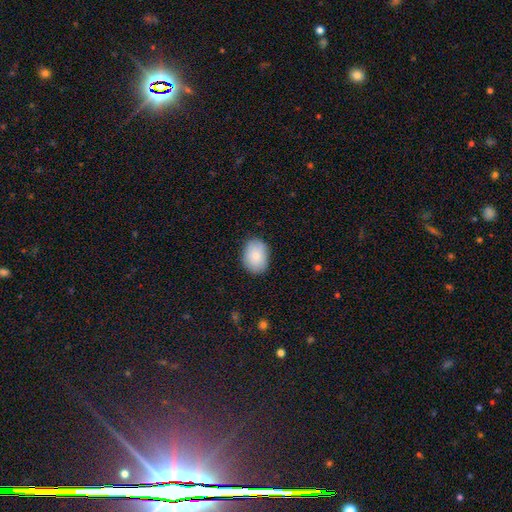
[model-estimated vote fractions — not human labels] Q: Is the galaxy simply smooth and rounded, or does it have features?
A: smooth — 85%.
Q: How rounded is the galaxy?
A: in between — 74%.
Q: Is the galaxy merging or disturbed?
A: none — 84%.